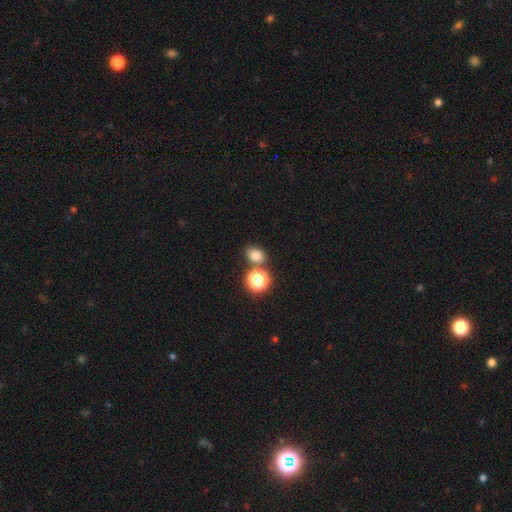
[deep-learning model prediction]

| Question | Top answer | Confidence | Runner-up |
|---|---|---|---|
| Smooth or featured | smooth | 77% | star or artifact (17%) |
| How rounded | in between | 56% | round (43%) |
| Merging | none | 70% | merger (15%) |